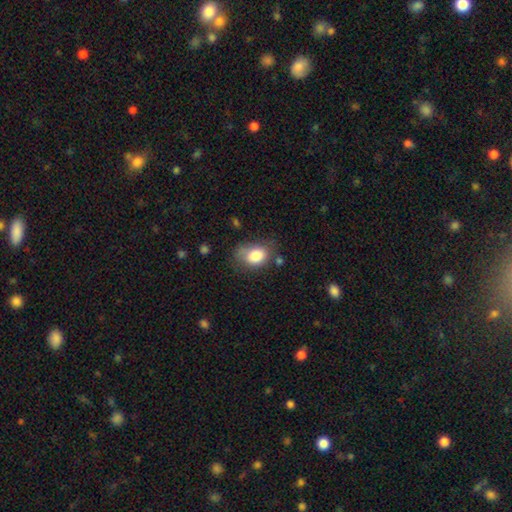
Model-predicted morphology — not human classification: This appears to be a smooth galaxy with no disk features (82%) that is in between round and cigar-shaped (74%). Merging: none (53%).